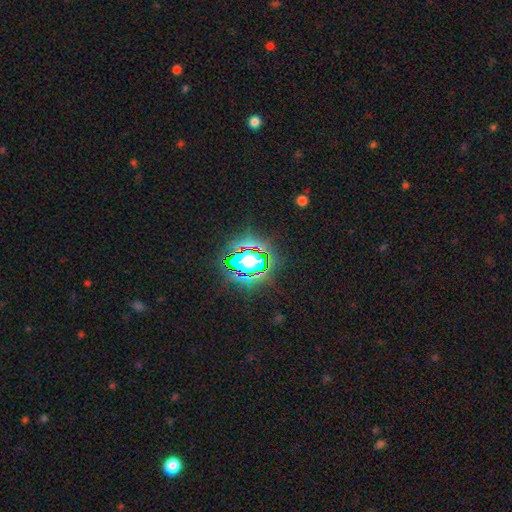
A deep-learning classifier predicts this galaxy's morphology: A star or artifact, not a galaxy (68%).